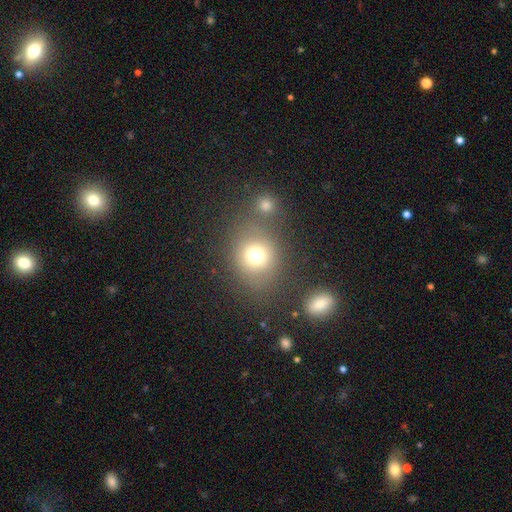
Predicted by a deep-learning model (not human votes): A smooth galaxy with no disk features (73%) that is round (75%). Merging: none (63%).